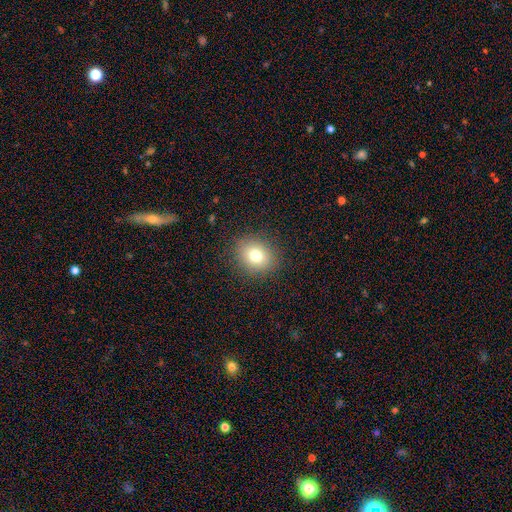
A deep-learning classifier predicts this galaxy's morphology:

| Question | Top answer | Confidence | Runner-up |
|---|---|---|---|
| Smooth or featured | smooth | 76% | star or artifact (13%) |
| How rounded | round | 67% | in between (33%) |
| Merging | none | 88% | minor disturbance (8%) |